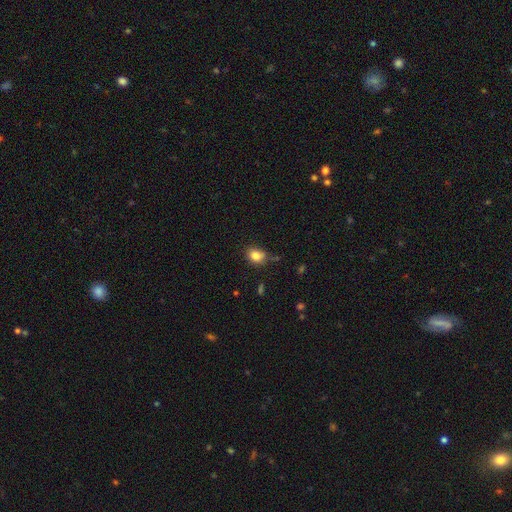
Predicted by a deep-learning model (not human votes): A smooth galaxy with no disk features (83%) that is in between round and cigar-shaped (54%).

Vote fractions:
- Smooth or featured? smooth: 83% / star or artifact: 10% / featured or disk: 6%
- How rounded? in between: 54% / round: 44% / cigar-shaped: 1%
- Merging? none: 71% / minor disturbance: 21% / major disturbance: 4% / merger: 4%